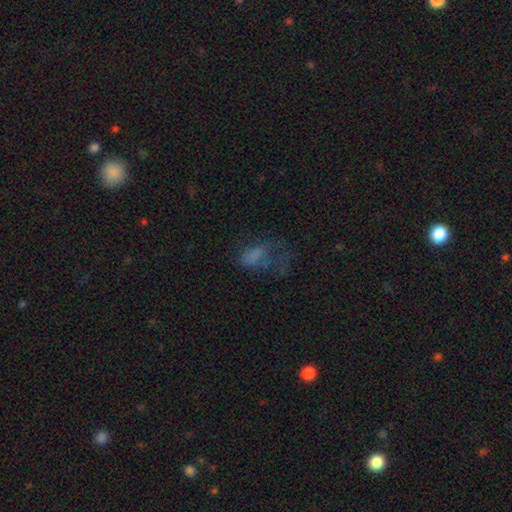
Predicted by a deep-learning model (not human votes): smooth 56%, featured or disk 25%, star or artifact 19%. Down the decision tree: how rounded — in between (85%); merging — major disturbance (51%).